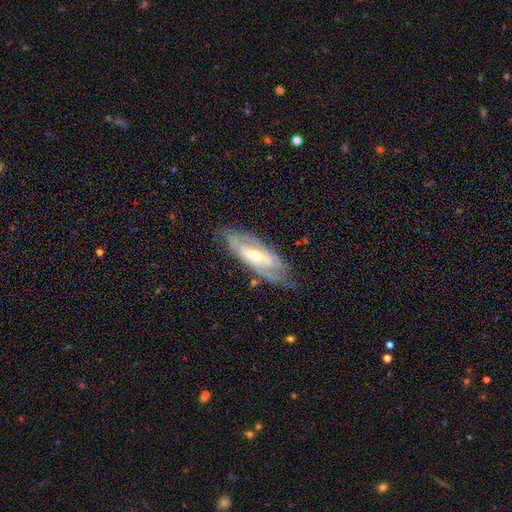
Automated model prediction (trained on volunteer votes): A featured or disk galaxy (79%) with no bar (47%), 2 (42%) tight (59%) spiral arms (86%) and a moderate central bulge (54%). Merging: none (72%).